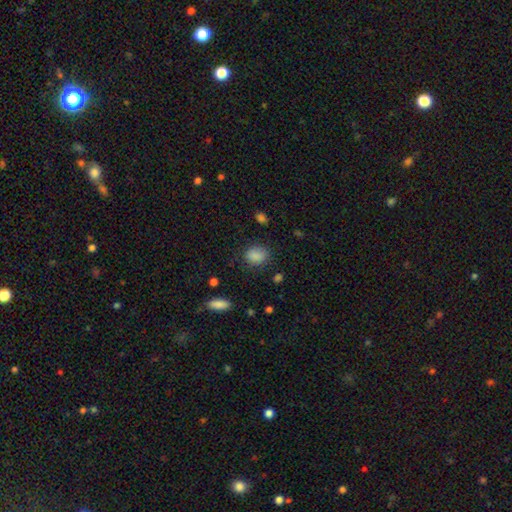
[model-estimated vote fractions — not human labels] Smooth or featured?
  - smooth: 85% *
  - star or artifact: 10%
  - featured or disk: 5%
How rounded?
  - in between: 58% *
  - round: 40%
  - cigar-shaped: 1%
Merging?
  - none: 73% *
  - minor disturbance: 19%
  - major disturbance: 6%
  - merger: 2%